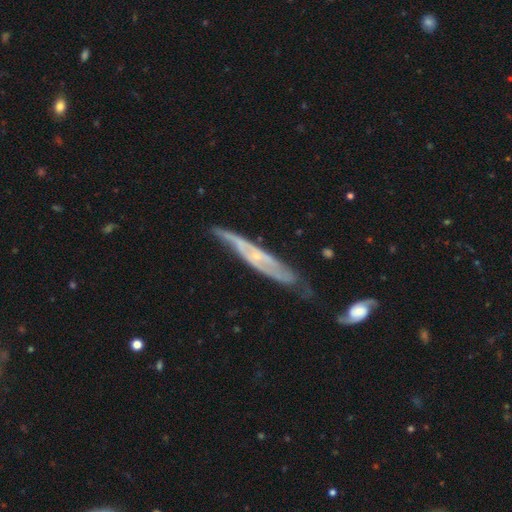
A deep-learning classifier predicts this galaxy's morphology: A featured or disk galaxy (80%) viewed edge-on (51%).

Vote fractions:
- Smooth or featured? featured or disk: 80% / smooth: 14% / star or artifact: 6%
- Edge-on disk? yes: 51% / no: 49%
- Merging? none: 61% / minor disturbance: 25% / major disturbance: 9% / merger: 5%